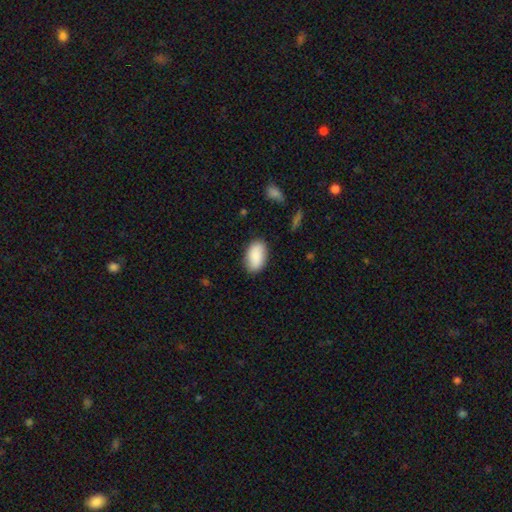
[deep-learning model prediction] smooth-or-featured: smooth: 88% | featured or disk: 6% | star or artifact: 6%
  how-rounded: in between: 93% | round: 5% | cigar-shaped: 2%
  merging: none: 85% | minor disturbance: 11% | major disturbance: 3% | merger: 1%